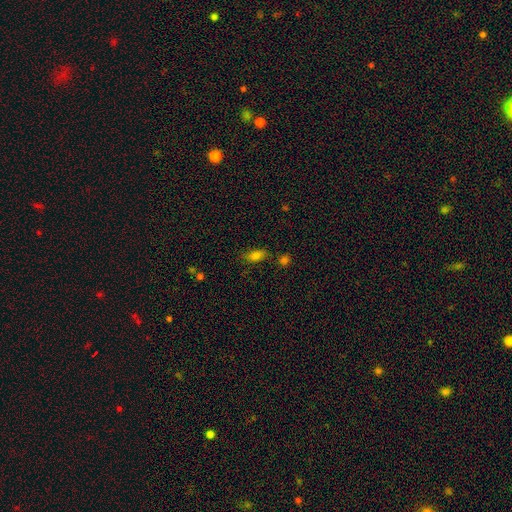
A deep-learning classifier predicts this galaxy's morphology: Overall: smooth (75%). How rounded: in between (81%). Merging: none (72%).